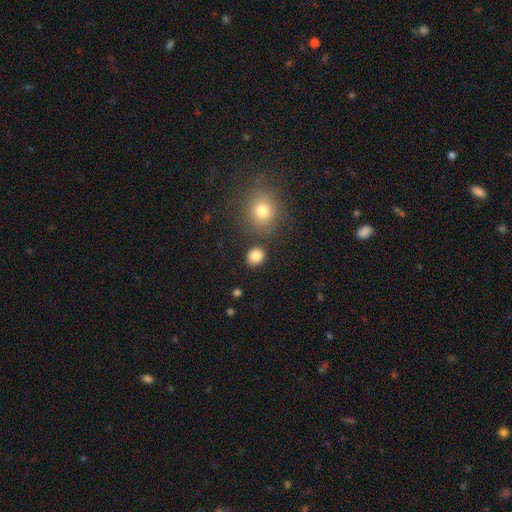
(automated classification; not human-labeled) Overall: smooth (85%). How rounded: round (74%). Merging: none (85%).